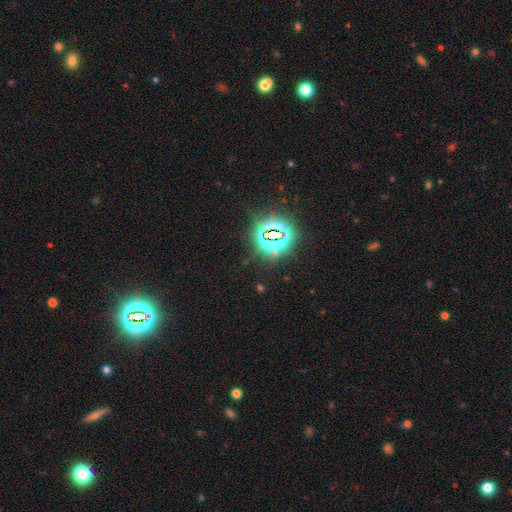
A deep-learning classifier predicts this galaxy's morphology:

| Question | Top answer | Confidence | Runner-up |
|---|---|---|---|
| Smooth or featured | star or artifact | 79% | smooth (15%) |